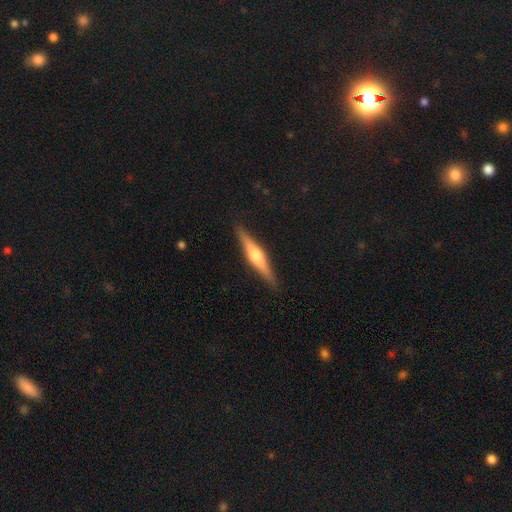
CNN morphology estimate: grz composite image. It shows a featured or disk galaxy (62%) viewed edge-on (96%) with a rounded central bulge (89%). Merging: none (90%).